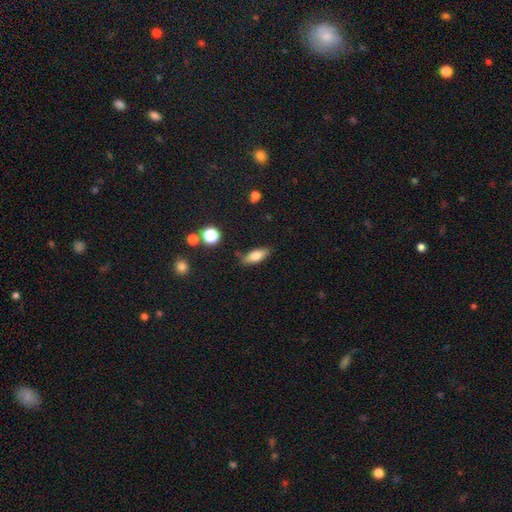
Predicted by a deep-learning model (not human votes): The model was most divided on "how rounded": in between: 72%, cigar-shaped: 25%, round: 4%. More confident: merging — none (80%); smooth or featured — smooth (73%).